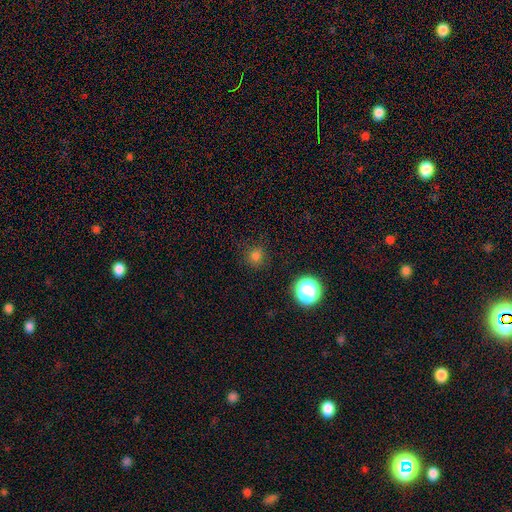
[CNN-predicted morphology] Smooth or featured?
  - smooth: 75% *
  - star or artifact: 20%
  - featured or disk: 5%
How rounded?
  - round: 91% *
  - in between: 8%
  - cigar-shaped: 1%
Merging?
  - none: 88% *
  - minor disturbance: 8%
  - major disturbance: 3%
  - merger: 2%